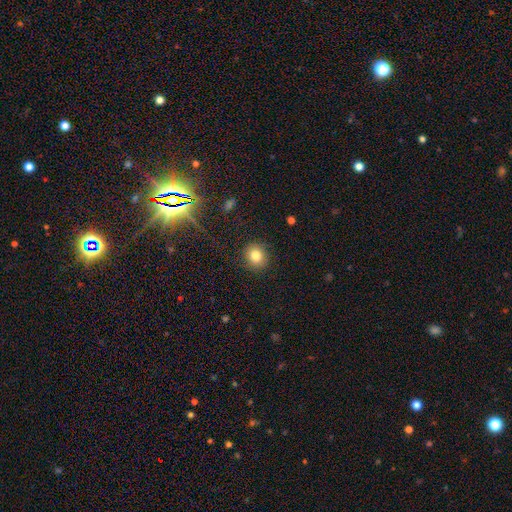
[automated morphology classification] Smooth or featured?
  - smooth: 80% *
  - star or artifact: 12%
  - featured or disk: 8%
How rounded?
  - round: 83% *
  - in between: 16%
  - cigar-shaped: 1%
Merging?
  - none: 88% *
  - minor disturbance: 8%
  - major disturbance: 3%
  - merger: 1%